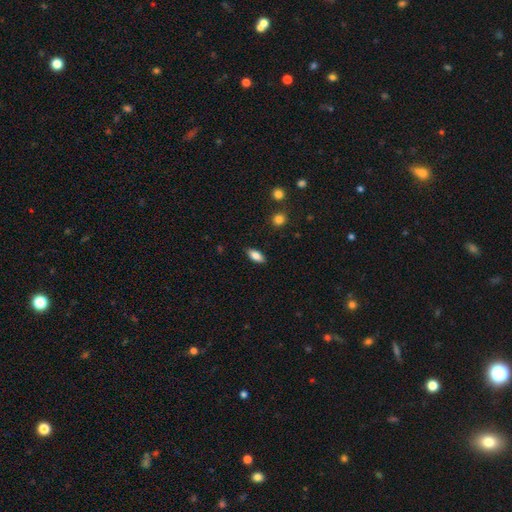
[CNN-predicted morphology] A smooth galaxy with no disk features (82%) that is in between round and cigar-shaped (86%).

Vote fractions:
- Smooth or featured? smooth: 82% / featured or disk: 10% / star or artifact: 7%
- How rounded? in between: 86% / cigar-shaped: 11% / round: 3%
- Merging? none: 87% / minor disturbance: 9% / major disturbance: 2% / merger: 1%